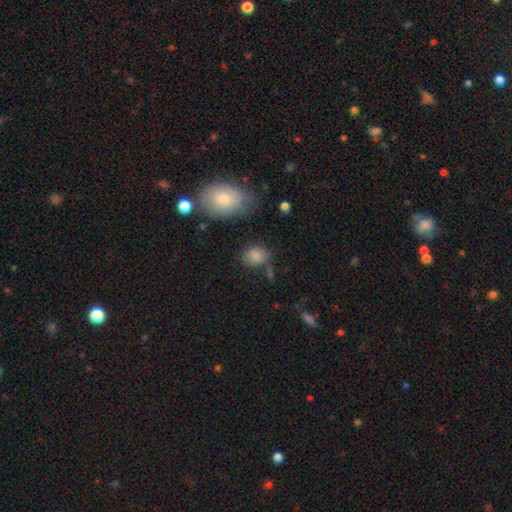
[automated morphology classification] smooth_or_featured: smooth (p=0.81) [alt: star or artifact p=0.10]
how_rounded: in between (p=0.59) [alt: round p=0.40]
merging: none (p=0.61) [alt: minor disturbance p=0.22]